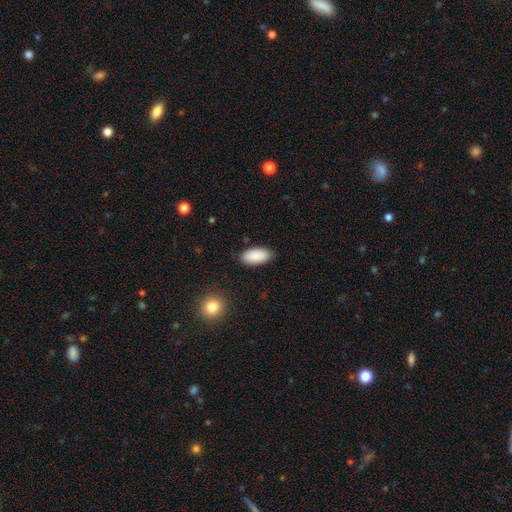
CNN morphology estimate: smooth-or-featured: smooth: 90% | star or artifact: 6% | featured or disk: 4%
  how-rounded: in between: 93% | cigar-shaped: 5% | round: 2%
  merging: none: 87% | minor disturbance: 10% | major disturbance: 2% | merger: 1%